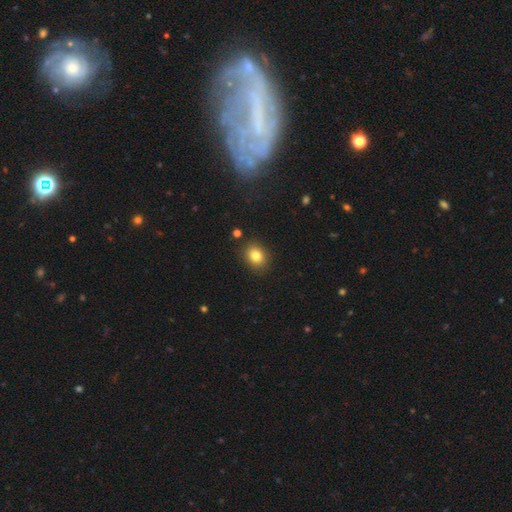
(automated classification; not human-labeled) Smooth or featured? Predicted: smooth (p=0.81). How rounded? Predicted: round (p=0.56). Merging? Predicted: none (p=0.88).